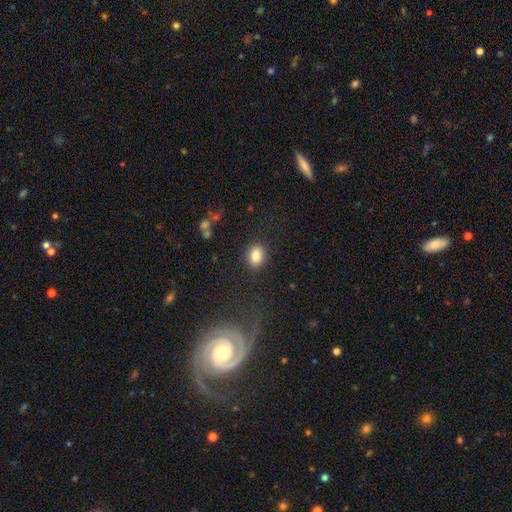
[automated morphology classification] Q: Smooth or featured?
A: smooth (84%); runner-up: star or artifact (10%)
Q: How rounded?
A: in between (53%); runner-up: round (46%)
Q: Merging?
A: none (87%); runner-up: minor disturbance (9%)